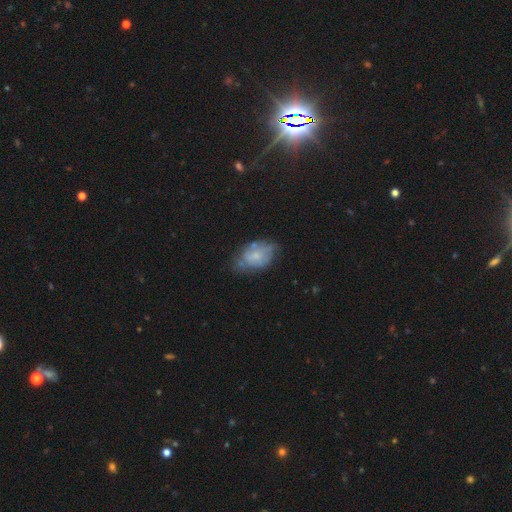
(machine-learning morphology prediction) This appears to be a smooth galaxy with no disk features (46%). Merging: none (46%).